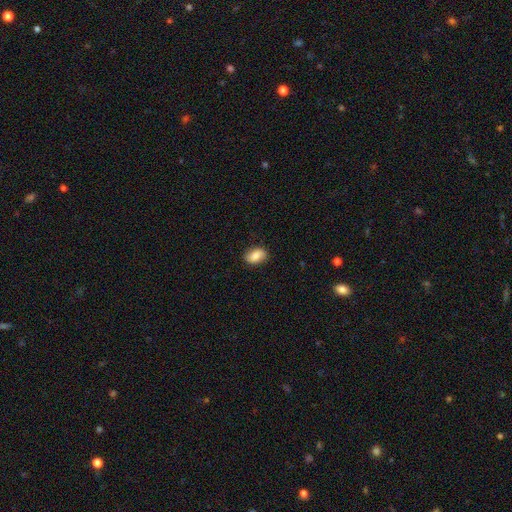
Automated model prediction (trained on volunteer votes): Smooth or featured? smooth (76%)
How rounded? in between (87%)
Merging? none (83%)